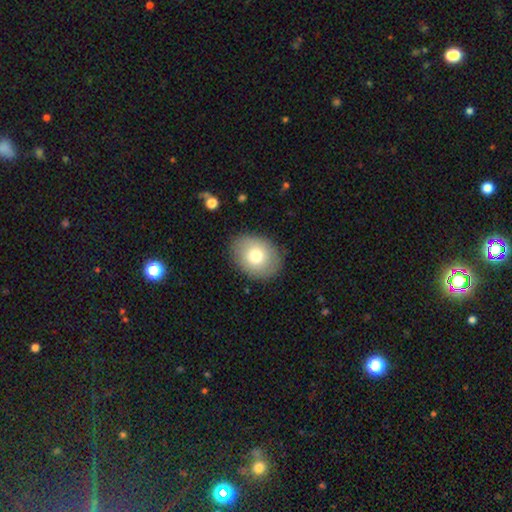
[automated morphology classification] This is likely a smooth galaxy (75%). How rounded: likely in between (61%). Merging: clearly none (85%).